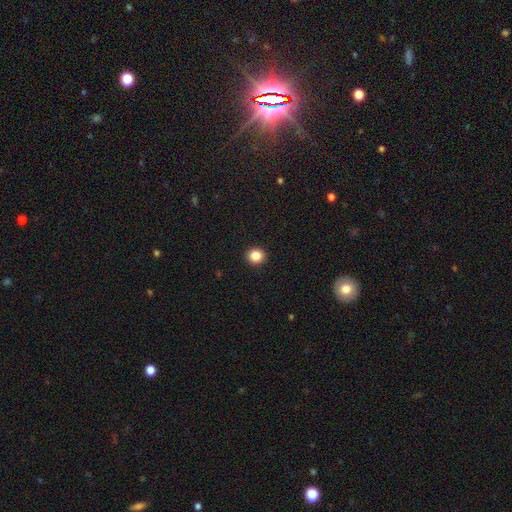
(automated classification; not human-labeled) Smooth or featured? smooth (85%)
How rounded? round (88%)
Merging? none (93%)